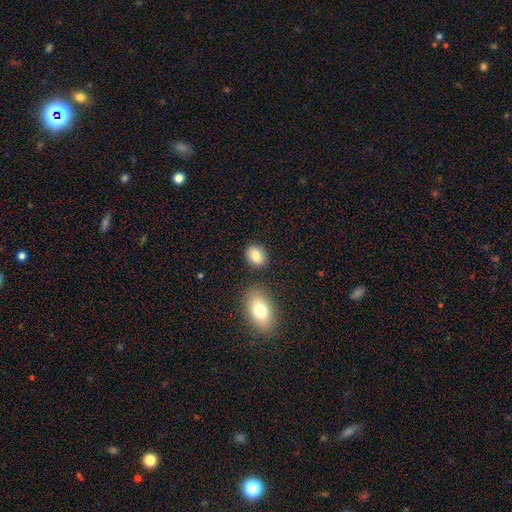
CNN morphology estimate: Q: Smooth or featured?
A: smooth (83%); runner-up: star or artifact (9%)
Q: How rounded?
A: in between (63%); runner-up: round (36%)
Q: Merging?
A: none (82%); runner-up: minor disturbance (10%)